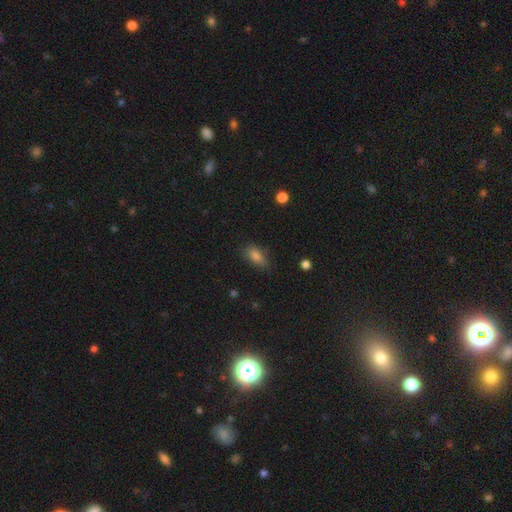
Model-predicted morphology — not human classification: Q: Smooth or featured?
A: smooth (79%); runner-up: star or artifact (12%)
Q: How rounded?
A: in between (83%); runner-up: cigar-shaped (11%)
Q: Merging?
A: none (74%); runner-up: minor disturbance (20%)